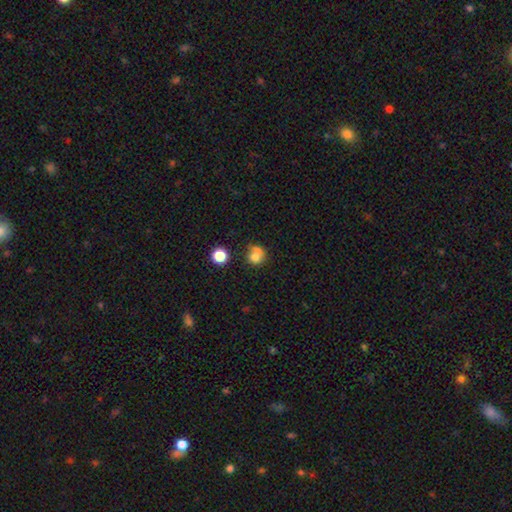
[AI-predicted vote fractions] Smooth or featured: smooth — 70% (featured or disk — 17%)
How rounded: round — 79% (in between — 20%)
Merging: merger — 46% (none — 36%)